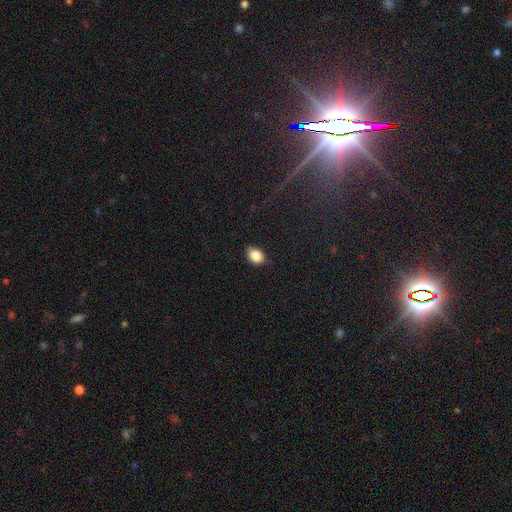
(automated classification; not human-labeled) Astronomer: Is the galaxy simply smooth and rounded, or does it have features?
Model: smooth — 86%.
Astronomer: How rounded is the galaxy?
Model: in between — 70%.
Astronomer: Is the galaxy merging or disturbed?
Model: none — 79%.